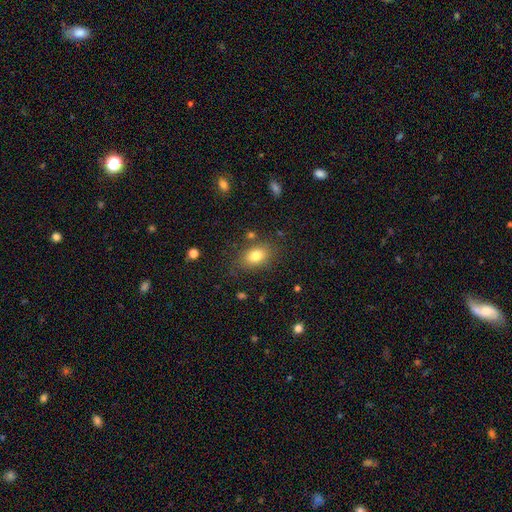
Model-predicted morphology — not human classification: Q: Smooth or featured?
A: smooth (80%); runner-up: star or artifact (10%)
Q: How rounded?
A: in between (79%); runner-up: round (19%)
Q: Merging?
A: none (79%); runner-up: minor disturbance (13%)